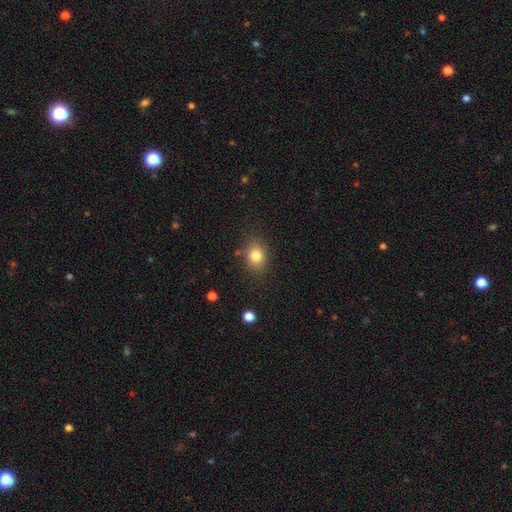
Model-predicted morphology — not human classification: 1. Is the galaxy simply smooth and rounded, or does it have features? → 81% smooth, 11% star or artifact, 8% featured or disk.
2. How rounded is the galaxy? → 55% in between, 44% round, 1% cigar-shaped.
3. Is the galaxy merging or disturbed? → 81% none, 13% minor disturbance, 4% major disturbance, 2% merger.